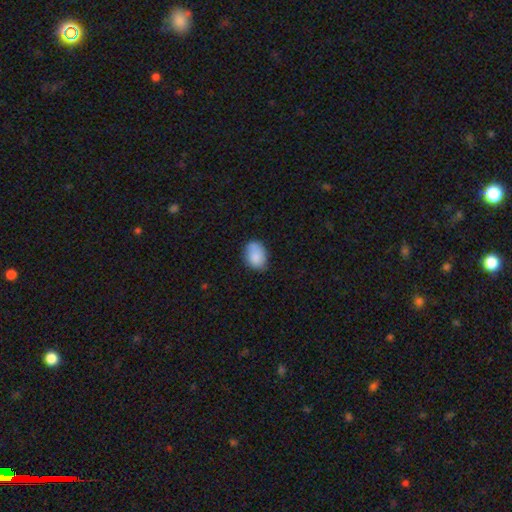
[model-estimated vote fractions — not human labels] Q: Smooth or featured?
A: smooth (85%); runner-up: featured or disk (7%)
Q: How rounded?
A: in between (73%); runner-up: round (26%)
Q: Merging?
A: none (66%); runner-up: minor disturbance (25%)